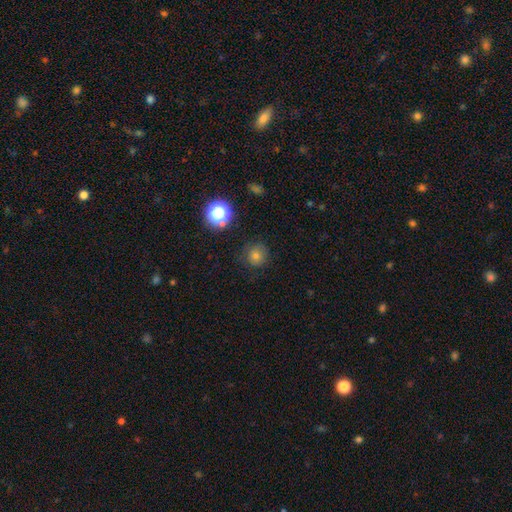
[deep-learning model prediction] This appears to be a smooth galaxy with no disk features (69%) that is round (92%). Merging: none (82%).